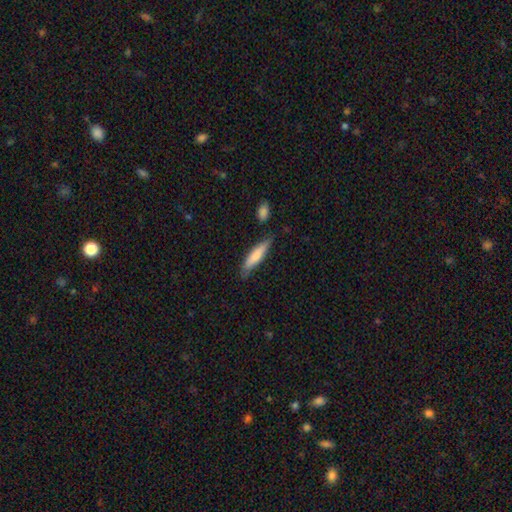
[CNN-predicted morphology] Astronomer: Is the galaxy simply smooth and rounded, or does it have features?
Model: smooth — 74%.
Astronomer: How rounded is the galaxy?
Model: cigar-shaped — 76%.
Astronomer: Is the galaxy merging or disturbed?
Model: none — 70%.